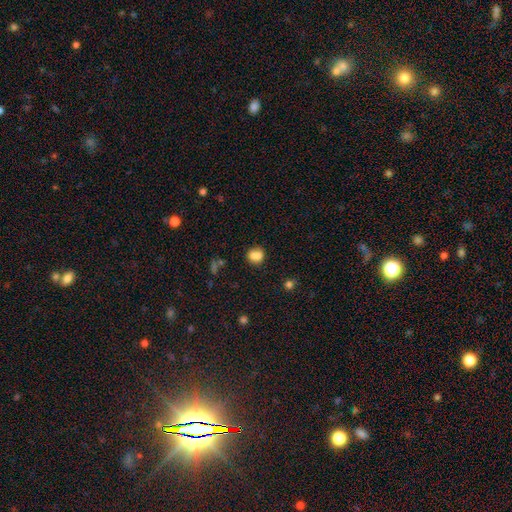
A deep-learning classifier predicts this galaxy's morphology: Smooth or featured?
  - smooth: 78% *
  - star or artifact: 11%
  - featured or disk: 11%
How rounded?
  - round: 72% *
  - in between: 27%
  - cigar-shaped: 1%
Merging?
  - none: 51% *
  - merger: 32%
  - minor disturbance: 13%
  - major disturbance: 5%